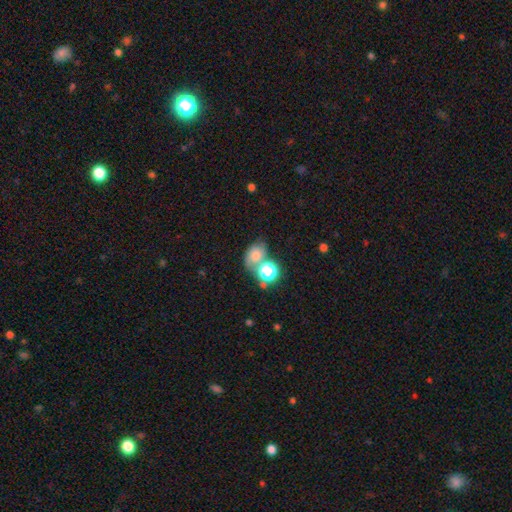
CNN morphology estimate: Smooth or featured: smooth — 65% (star or artifact — 18%)
How rounded: in between — 59% (round — 39%)
Merging: none — 42% (merger — 33%)